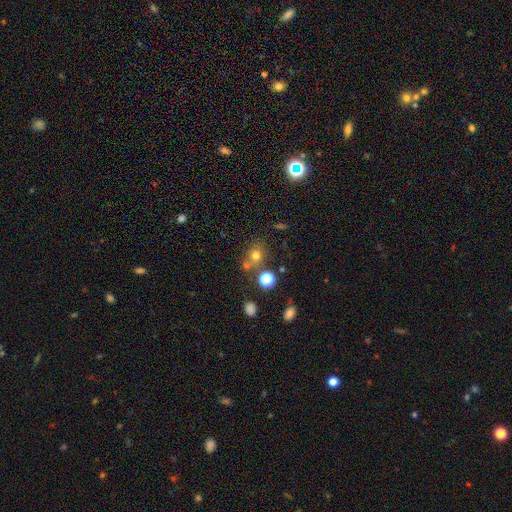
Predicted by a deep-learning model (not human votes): Smooth or featured: smooth — 70% (star or artifact — 20%)
How rounded: round — 75% (in between — 24%)
Merging: none — 58% (merger — 25%)